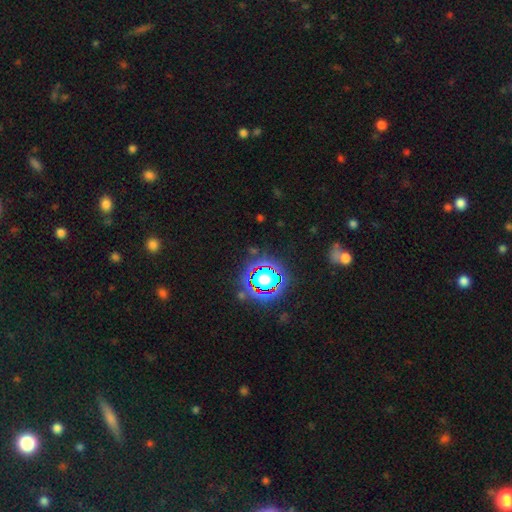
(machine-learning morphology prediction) A star or artifact, not a galaxy (79%).